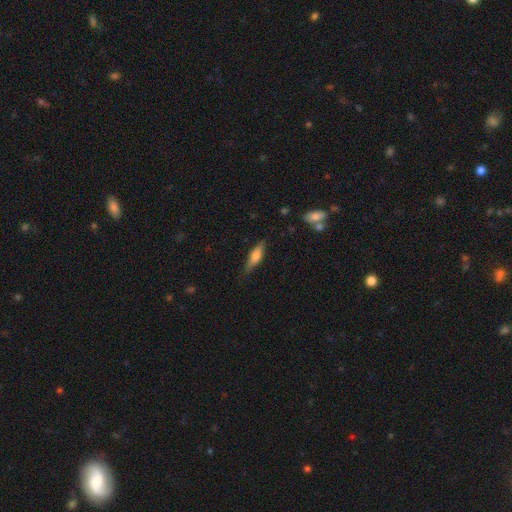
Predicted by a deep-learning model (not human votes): A smooth galaxy with no disk features (55%) that is cigar-shaped (56%).

Vote fractions:
- Smooth or featured? smooth: 55% / featured or disk: 39% / star or artifact: 7%
- How rounded? cigar-shaped: 56% / in between: 41% / round: 3%
- Merging? none: 78% / minor disturbance: 17% / major disturbance: 4% / merger: 1%